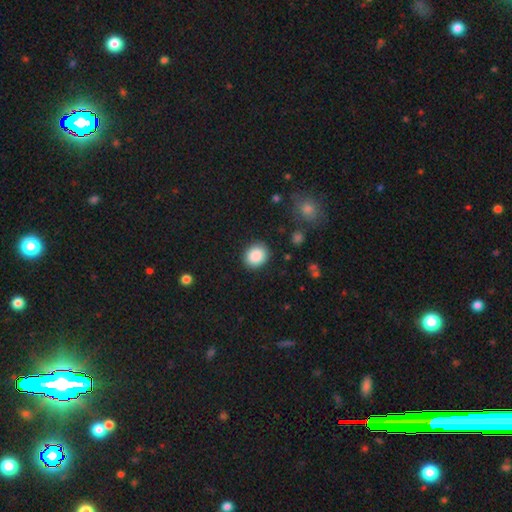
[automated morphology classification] The model was most divided on "how rounded": round: 68%, in between: 32%, cigar-shaped: 1%. More confident: smooth or featured — smooth (88%); merging — none (88%).